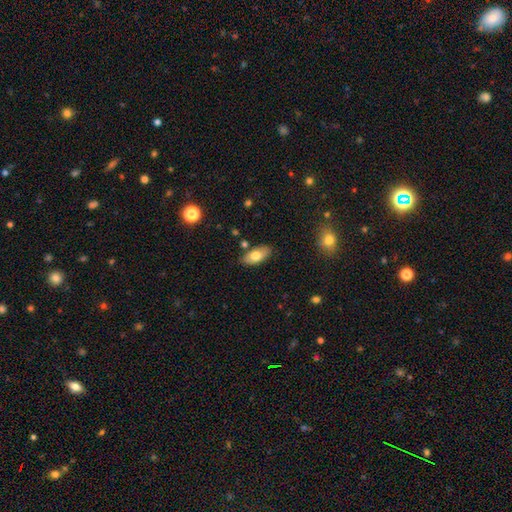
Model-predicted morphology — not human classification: This appears to be a smooth galaxy with no disk features (74%) that is in between round and cigar-shaped (90%). Merging: none (82%).